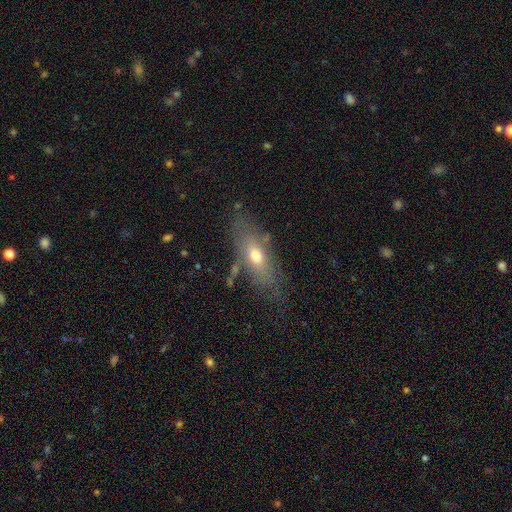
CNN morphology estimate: featured or disk 46%, smooth 43%, star or artifact 11%. Down the decision tree: merging — none (74%).